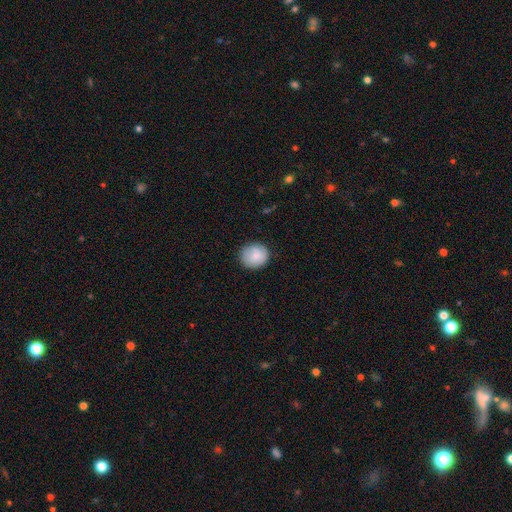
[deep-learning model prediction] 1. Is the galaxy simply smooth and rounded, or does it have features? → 83% smooth, 10% featured or disk, 7% star or artifact.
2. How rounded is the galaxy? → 86% round, 13% in between, 1% cigar-shaped.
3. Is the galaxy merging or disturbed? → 85% none, 12% minor disturbance, 2% major disturbance, 1% merger.